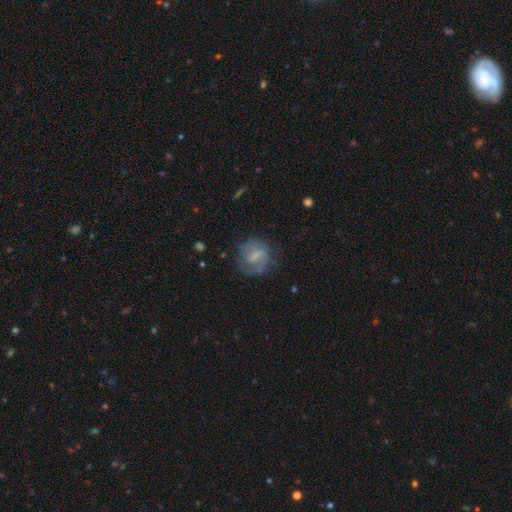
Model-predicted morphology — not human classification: Smooth or featured: featured or disk — 57% (smooth — 36%)
Edge-on disk: no — 97% (yes — 3%)
Bar: weak — 55% (no — 26%)
Spiral arms: yes — 80% (no — 20%)
Bulge size: small — 36% (moderate — 31%)
Merging: none — 67% (minor disturbance — 20%)